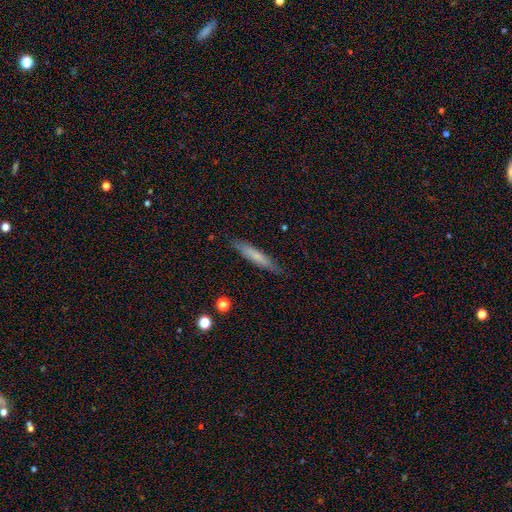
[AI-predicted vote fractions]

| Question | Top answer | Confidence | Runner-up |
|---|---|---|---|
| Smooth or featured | smooth | 67% | featured or disk (27%) |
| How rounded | cigar-shaped | 92% | in between (7%) |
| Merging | none | 85% | minor disturbance (11%) |